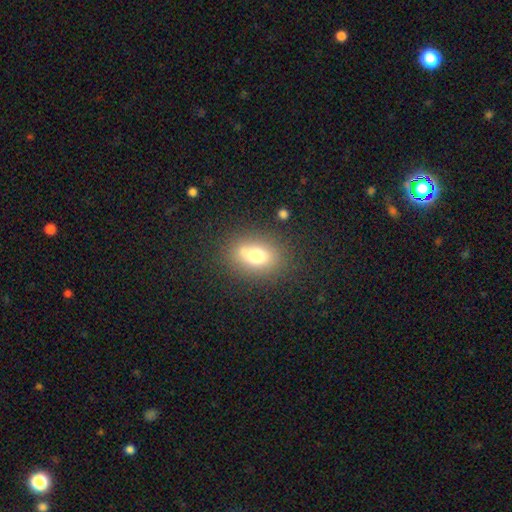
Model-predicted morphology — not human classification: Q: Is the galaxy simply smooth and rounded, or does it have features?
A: smooth — 69%.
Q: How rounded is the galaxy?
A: in between — 68%.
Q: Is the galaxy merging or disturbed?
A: none — 77%.